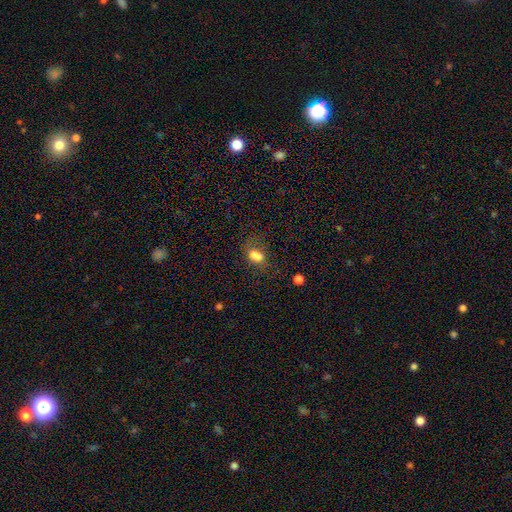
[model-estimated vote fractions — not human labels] Q: Smooth or featured?
A: smooth (74%); runner-up: star or artifact (15%)
Q: How rounded?
A: in between (75%); runner-up: round (21%)
Q: Merging?
A: none (40%); runner-up: minor disturbance (24%)